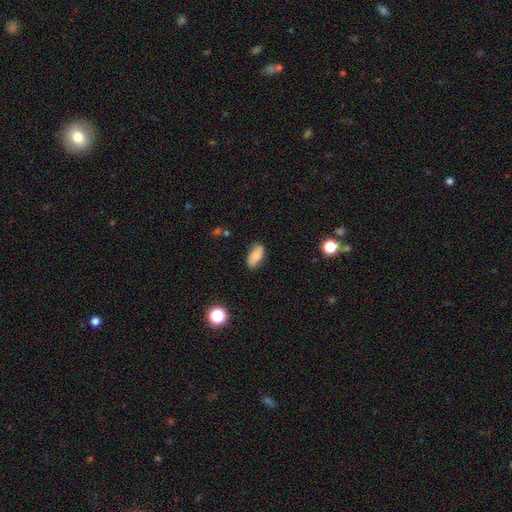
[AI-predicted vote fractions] smooth 77%, featured or disk 14%, star or artifact 9%. Down the decision tree: how rounded — in between (88%); merging — none (77%).